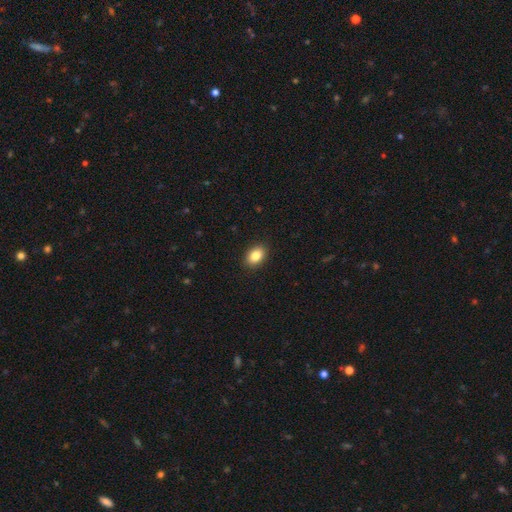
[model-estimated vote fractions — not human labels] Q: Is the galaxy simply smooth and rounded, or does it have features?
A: smooth — 85%.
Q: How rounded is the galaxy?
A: in between — 81%.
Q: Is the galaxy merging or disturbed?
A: none — 90%.